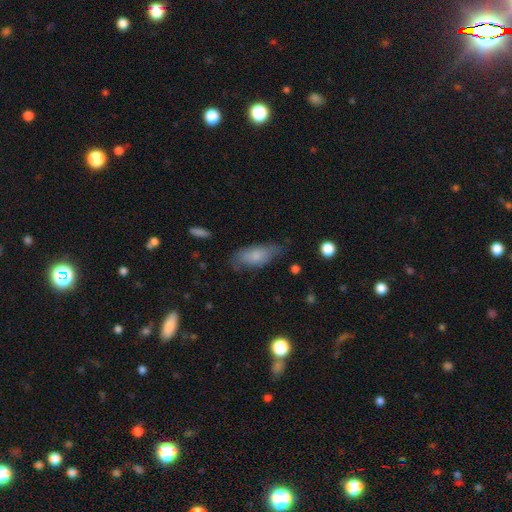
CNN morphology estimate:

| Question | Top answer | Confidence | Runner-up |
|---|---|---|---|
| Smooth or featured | smooth | 74% | featured or disk (19%) |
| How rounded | in between | 80% | cigar-shaped (17%) |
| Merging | none | 62% | minor disturbance (28%) |